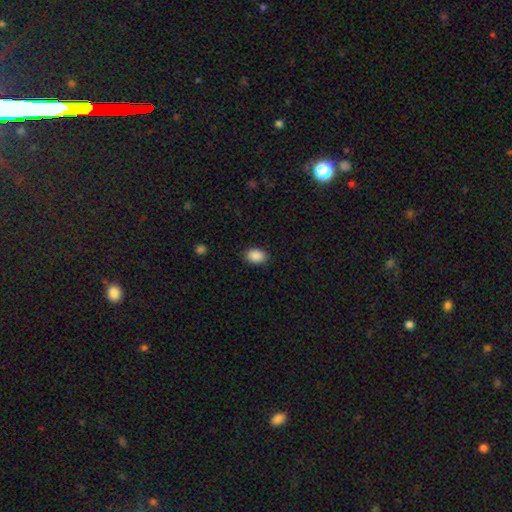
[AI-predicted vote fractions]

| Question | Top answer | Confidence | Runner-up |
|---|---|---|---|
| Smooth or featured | smooth | 89% | star or artifact (8%) |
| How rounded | in between | 79% | round (20%) |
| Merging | none | 88% | minor disturbance (9%) |